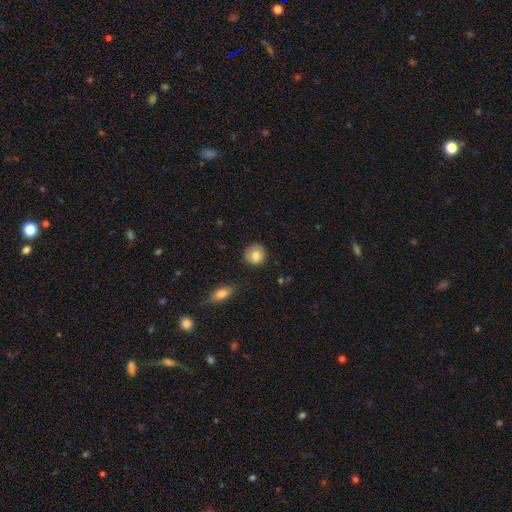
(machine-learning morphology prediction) Smooth or featured? smooth (82%)
How rounded? round (89%)
Merging? none (81%)